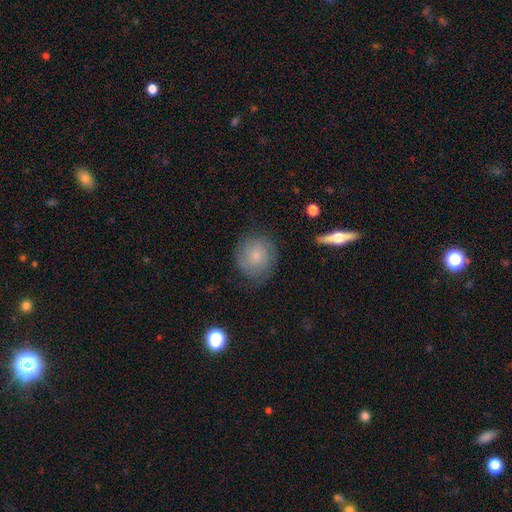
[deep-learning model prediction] This appears to be a smooth galaxy with no disk features (56%) that is round (80%). Merging: none (74%).